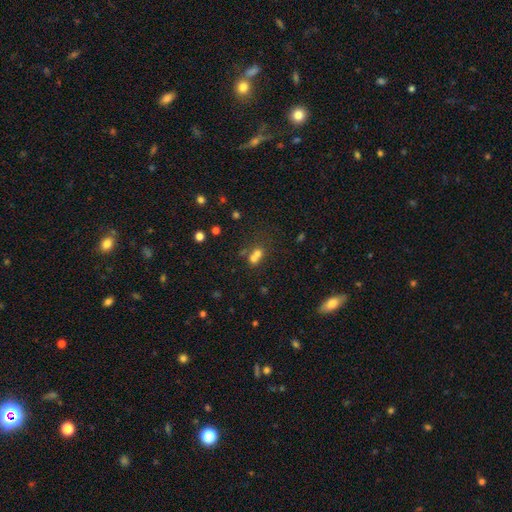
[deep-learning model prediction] Smooth or featured? Predicted: smooth (p=0.63). How rounded? Predicted: round (p=0.73). Merging? Predicted: merger (p=0.59).